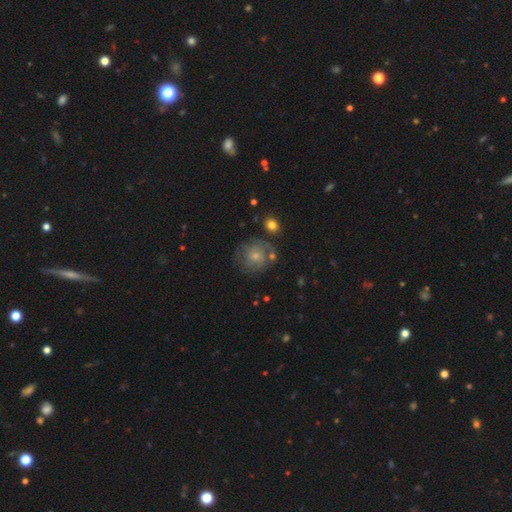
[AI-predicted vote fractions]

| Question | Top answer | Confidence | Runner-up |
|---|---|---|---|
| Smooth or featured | featured or disk | 47% | smooth (44%) |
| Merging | none | 60% | minor disturbance (21%) |